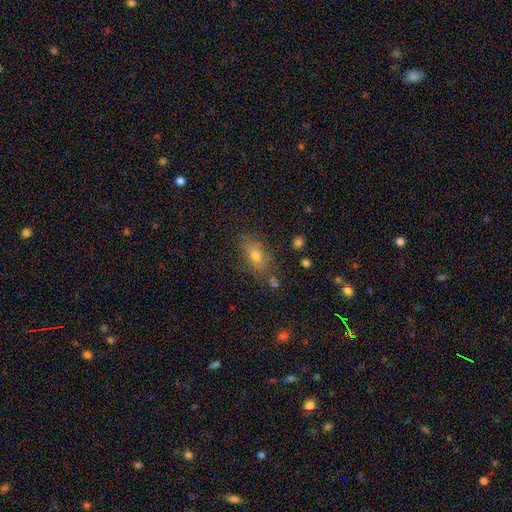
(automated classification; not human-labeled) A smooth galaxy with no disk features (64%) that is in between round and cigar-shaped (77%). Merging: none (74%).